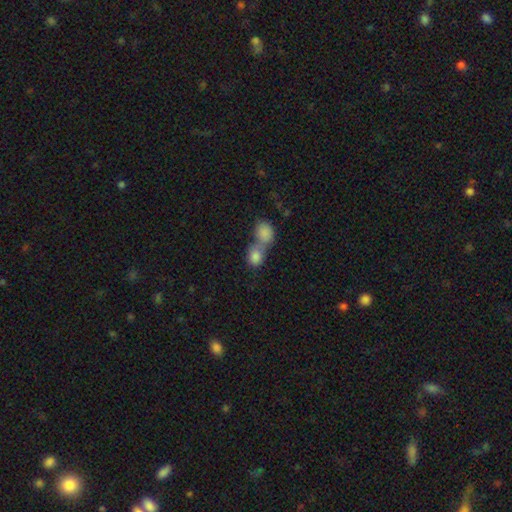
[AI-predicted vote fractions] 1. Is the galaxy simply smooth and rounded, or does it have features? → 82% smooth, 9% star or artifact, 9% featured or disk.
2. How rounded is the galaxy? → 61% round, 38% in between, 2% cigar-shaped.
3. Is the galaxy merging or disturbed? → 69% merger, 23% none, 5% minor disturbance, 3% major disturbance.